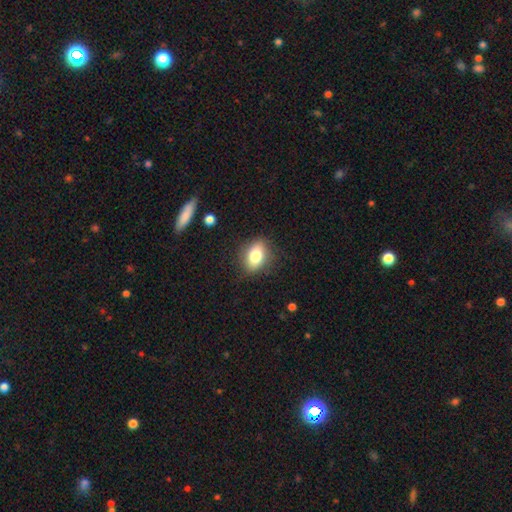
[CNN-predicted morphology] smooth_or_featured: smooth (p=0.78) [alt: featured or disk p=0.13]
how_rounded: in between (p=0.76) [alt: round p=0.20]
merging: none (p=0.84) [alt: minor disturbance p=0.12]